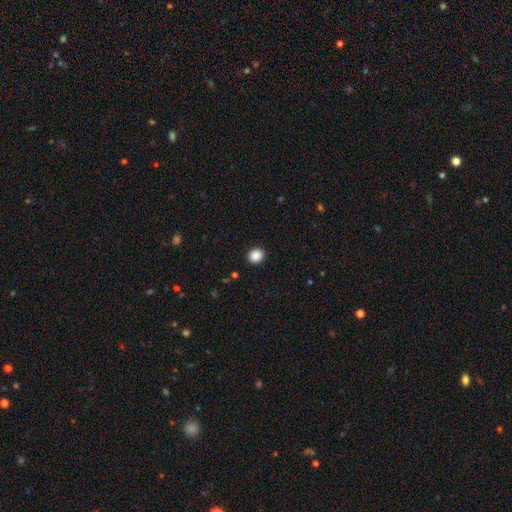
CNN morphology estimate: Smooth or featured? Predicted: smooth (p=0.88). How rounded? Predicted: round (p=0.80). Merging? Predicted: none (p=0.92).